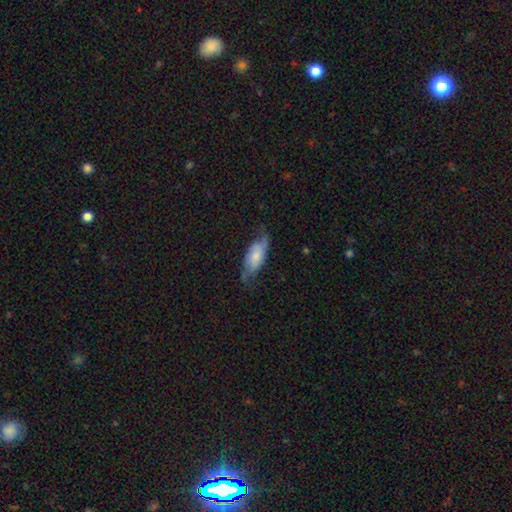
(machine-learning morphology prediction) This appears to be a featured or disk galaxy (55%). Merging: none (61%).